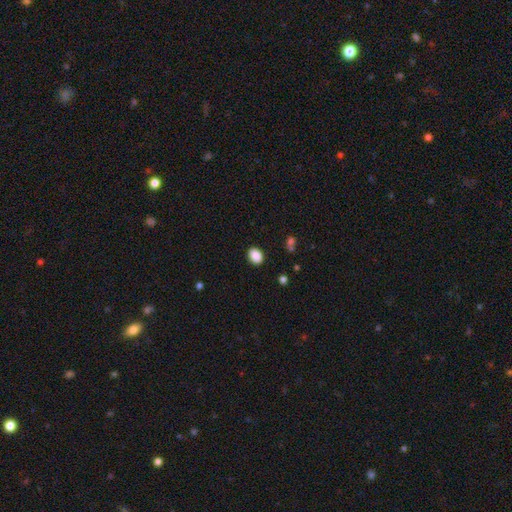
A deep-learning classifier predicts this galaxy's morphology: smooth 88%, star or artifact 8%, featured or disk 3%. Down the decision tree: how rounded — in between (69%); merging — none (88%).